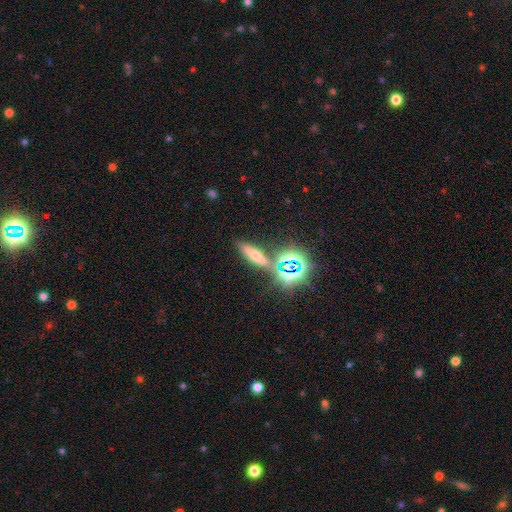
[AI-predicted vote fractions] A smooth galaxy with no disk features (45%). Merging: none (73%).